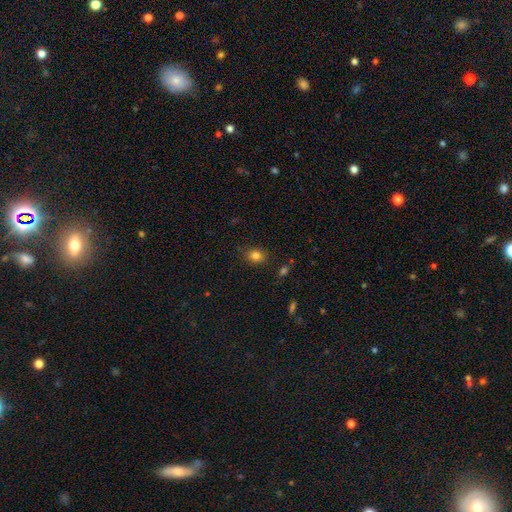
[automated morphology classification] Smooth or featured? Predicted: smooth (p=0.82). How rounded? Predicted: round (p=0.56). Merging? Predicted: none (p=0.80).